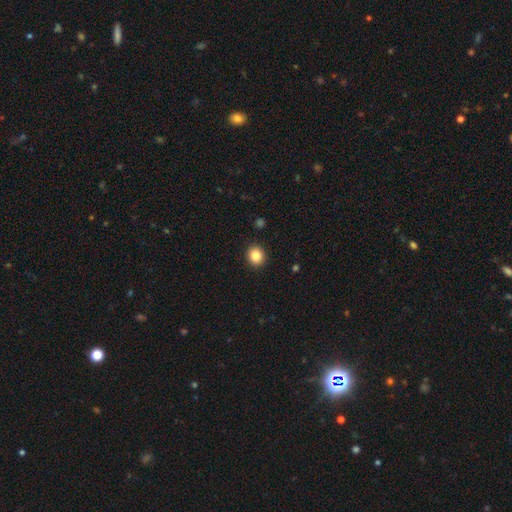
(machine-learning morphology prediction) smooth-or-featured: smooth: 85% | star or artifact: 10% | featured or disk: 5%
  how-rounded: round: 79% | in between: 20% | cigar-shaped: 1%
  merging: none: 92% | minor disturbance: 5% | major disturbance: 2% | merger: 1%